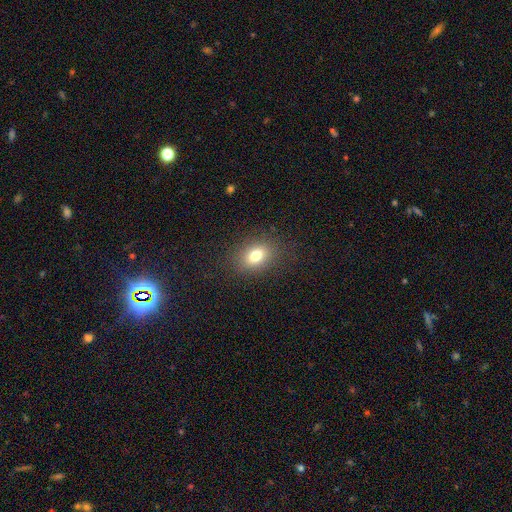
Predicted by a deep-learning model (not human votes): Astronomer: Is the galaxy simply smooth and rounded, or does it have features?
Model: smooth — 77%.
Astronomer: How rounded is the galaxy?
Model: in between — 68%.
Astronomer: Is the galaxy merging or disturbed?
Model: none — 85%.